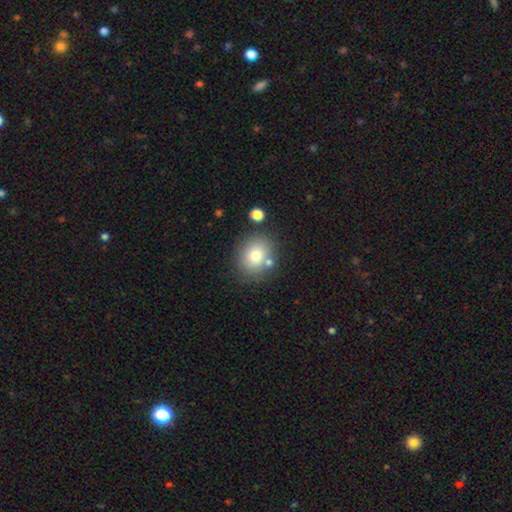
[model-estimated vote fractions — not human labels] Smooth or featured? smooth (76%)
How rounded? round (64%)
Merging? none (75%)